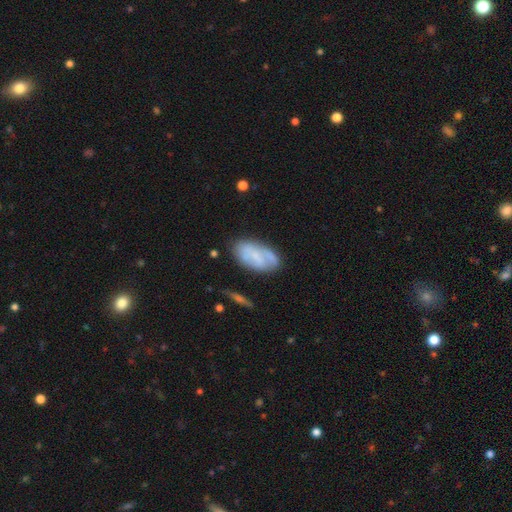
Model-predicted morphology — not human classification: Overall: smooth (48%; featured or disk 44%). Merging: none (65%).